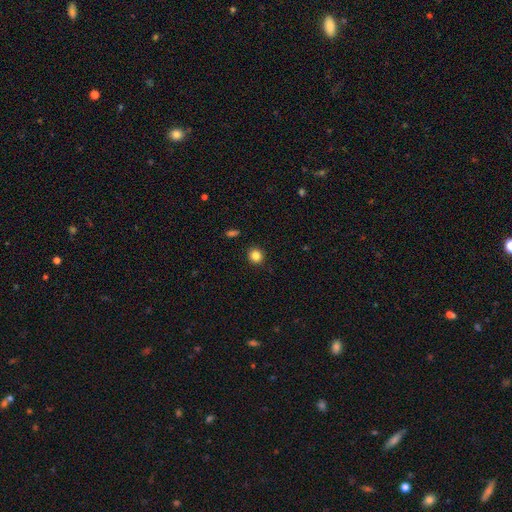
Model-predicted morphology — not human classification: smooth_or_featured: smooth (p=0.85) [alt: star or artifact p=0.11]
how_rounded: round (p=0.89) [alt: in between p=0.10]
merging: none (p=0.91) [alt: minor disturbance p=0.06]